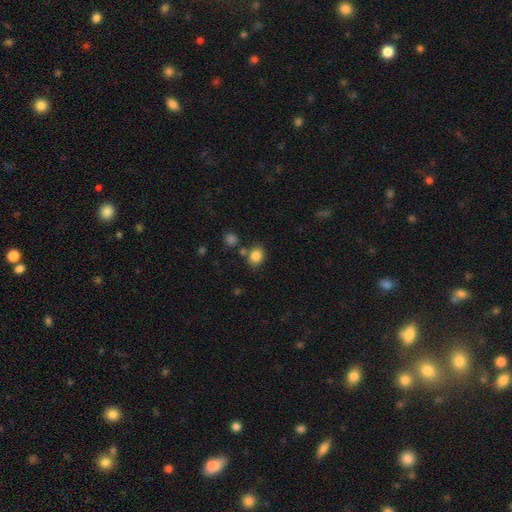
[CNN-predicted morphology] A smooth galaxy with no disk features (84%) that is round (57%). Merging: none (73%).